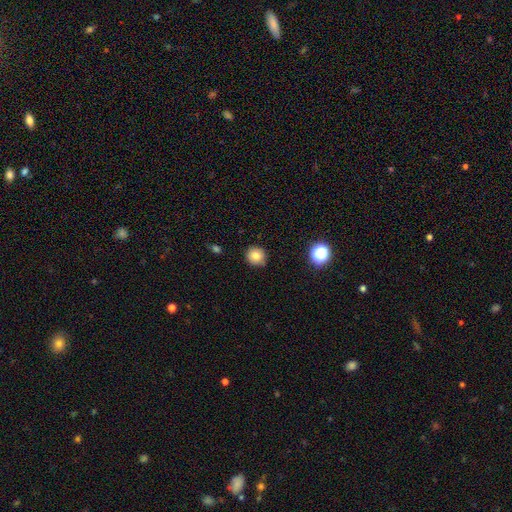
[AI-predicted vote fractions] Morphology: type=smooth (82%); roundness=round (91%); merging=none (87%).